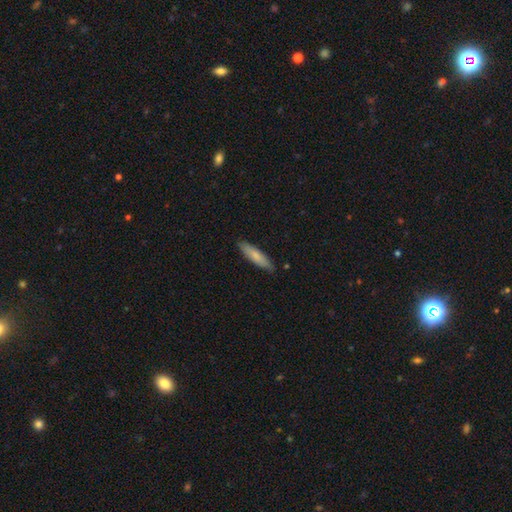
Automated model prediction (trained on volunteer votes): Q: Smooth or featured?
A: smooth (78%); runner-up: featured or disk (16%)
Q: How rounded?
A: cigar-shaped (76%); runner-up: in between (23%)
Q: Merging?
A: none (87%); runner-up: minor disturbance (10%)